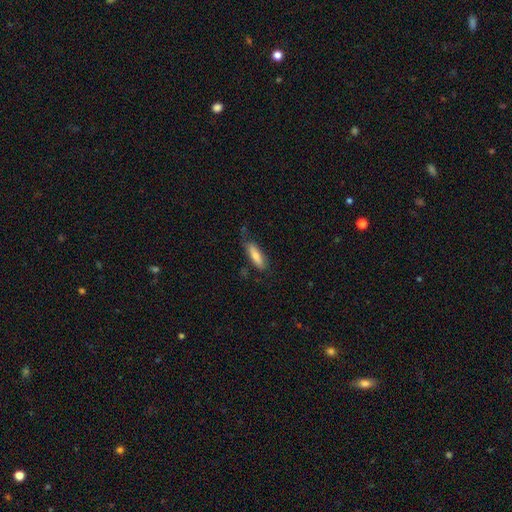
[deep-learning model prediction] This appears to be a smooth galaxy with no disk features (75%) that is cigar-shaped (54%). Merging: none (66%).